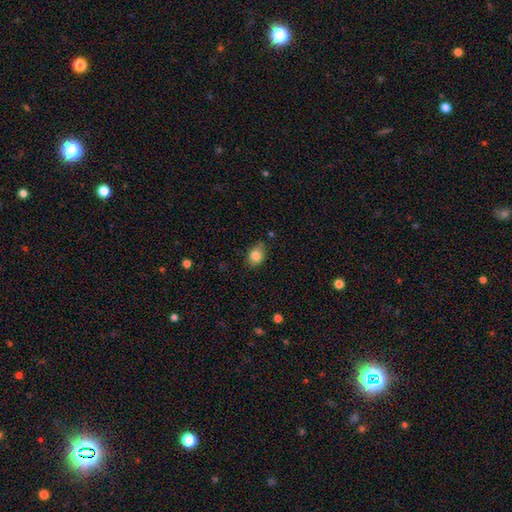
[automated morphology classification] smooth_or_featured: smooth (p=0.84) [alt: star or artifact p=0.09]
how_rounded: in between (p=0.52) [alt: round p=0.47]
merging: none (p=0.68) [alt: minor disturbance p=0.25]